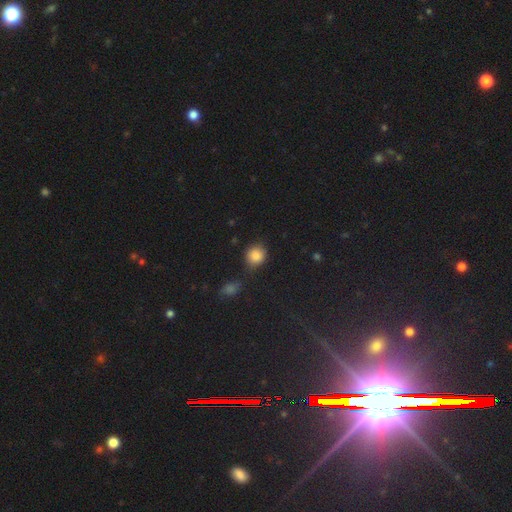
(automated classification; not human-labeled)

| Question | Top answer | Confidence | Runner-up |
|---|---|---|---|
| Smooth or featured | smooth | 84% | star or artifact (10%) |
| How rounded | round | 80% | in between (19%) |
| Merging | none | 70% | minor disturbance (17%) |